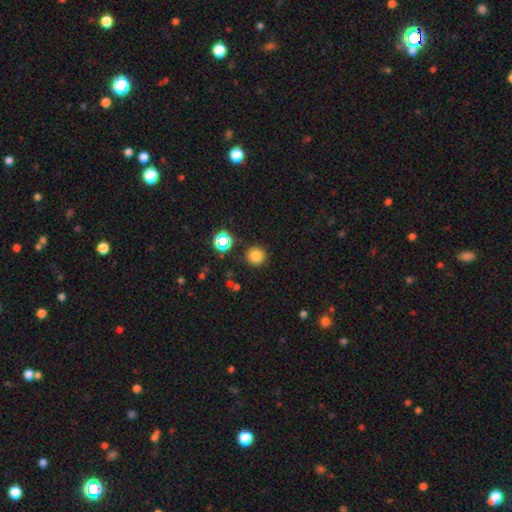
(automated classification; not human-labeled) Morphology: type=smooth (78%); roundness=round (94%); merging=none (87%).